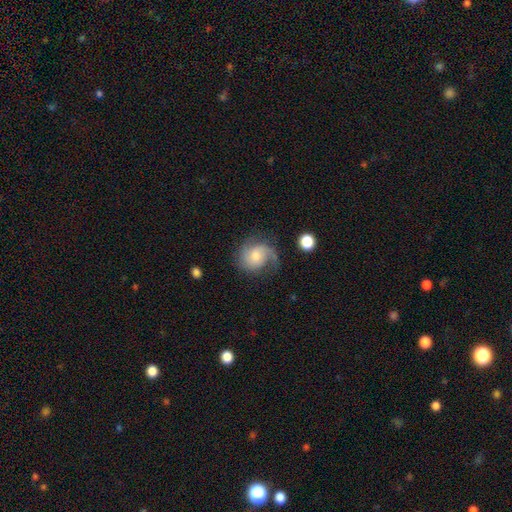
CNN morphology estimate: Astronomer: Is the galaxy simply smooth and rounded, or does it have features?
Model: featured or disk — 67%.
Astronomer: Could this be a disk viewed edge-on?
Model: no — 98%.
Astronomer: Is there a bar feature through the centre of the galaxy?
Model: no — 65%.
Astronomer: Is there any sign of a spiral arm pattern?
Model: yes — 93%.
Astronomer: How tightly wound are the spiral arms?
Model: medium — 45% (runner-up: loose, 31%).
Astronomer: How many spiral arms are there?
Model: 2 — 47% (runner-up: 1, 28%).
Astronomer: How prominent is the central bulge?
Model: moderate — 48% (runner-up: small, 38%).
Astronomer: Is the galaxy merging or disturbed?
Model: none — 57%.